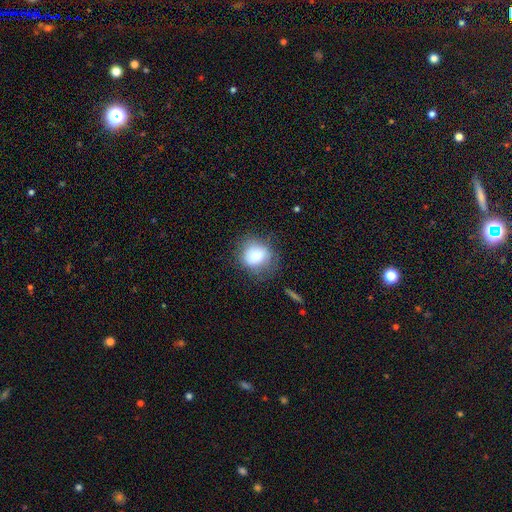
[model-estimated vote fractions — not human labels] Smooth or featured?
  - smooth: 78% *
  - featured or disk: 13%
  - star or artifact: 9%
How rounded?
  - round: 68% *
  - in between: 31%
  - cigar-shaped: 1%
Merging?
  - none: 67% *
  - minor disturbance: 21%
  - major disturbance: 9%
  - merger: 2%